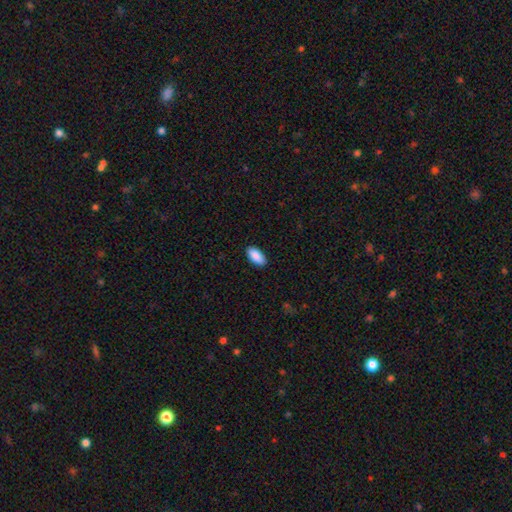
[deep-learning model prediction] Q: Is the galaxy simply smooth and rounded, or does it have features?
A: smooth — 90%.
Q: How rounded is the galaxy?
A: in between — 92%.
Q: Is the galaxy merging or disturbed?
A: none — 89%.